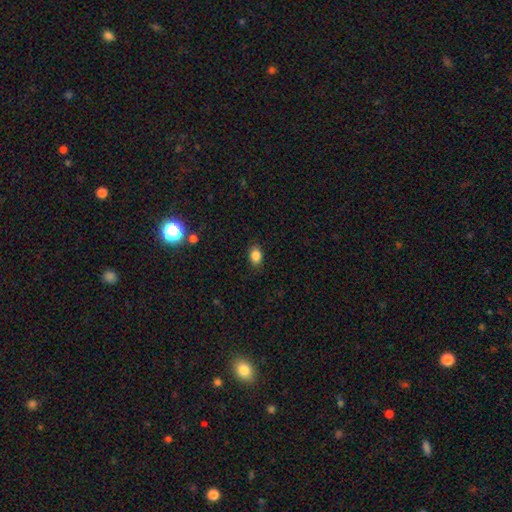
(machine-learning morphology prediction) The model was most divided on "how rounded": in between: 74%, round: 25%, cigar-shaped: 1%. More confident: merging — none (86%); smooth or featured — smooth (85%).